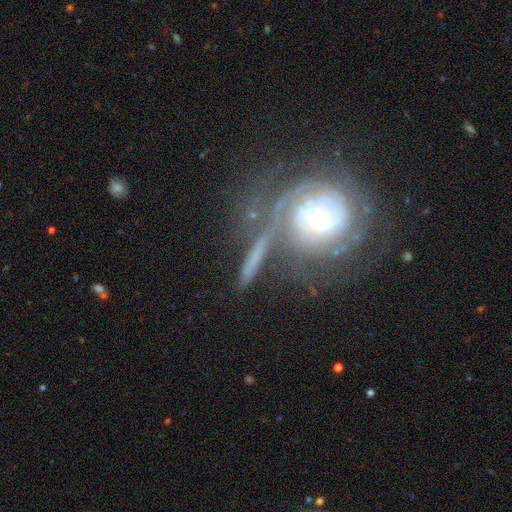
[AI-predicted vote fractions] Overall: featured or disk (74%). Edge-on disk: no (81%). Bar: no (55%; weak 29%). Spiral arms: yes (86%). Spiral arm count: can't tell (37%; 2 32%). Spiral winding: tight (72%). Bulge size: small (49%; moderate 36%). Merging: none (54%; merger 19%).